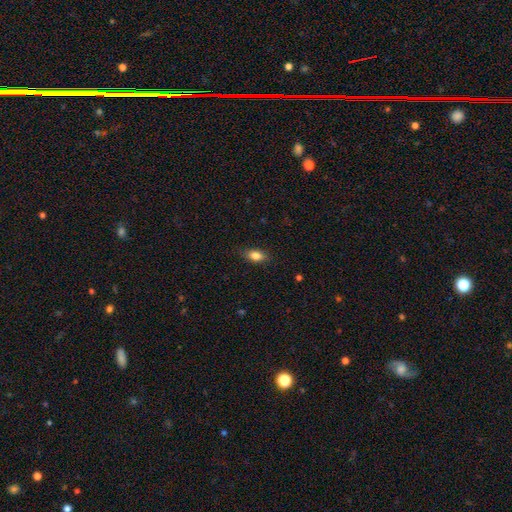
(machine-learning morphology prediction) Q: Smooth or featured?
A: smooth (83%); runner-up: featured or disk (8%)
Q: How rounded?
A: in between (86%); runner-up: round (8%)
Q: Merging?
A: none (82%); runner-up: minor disturbance (15%)